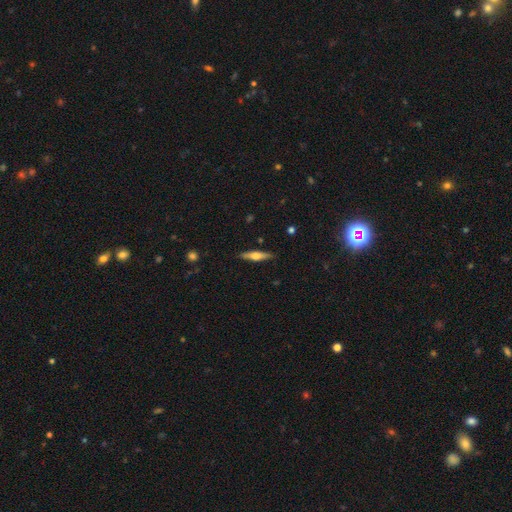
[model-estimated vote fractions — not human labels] A featured or disk galaxy (51%) viewed edge-on (95%). Merging: none (88%).